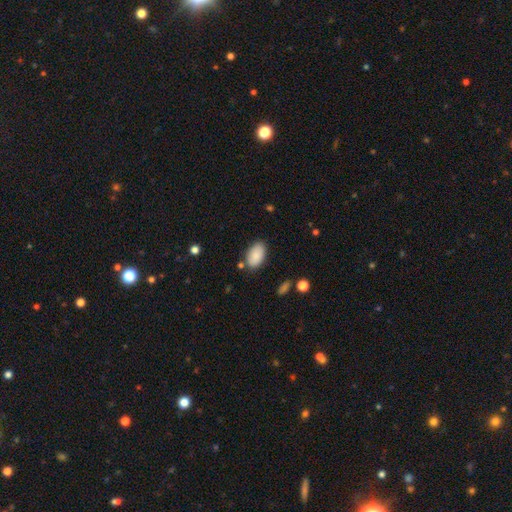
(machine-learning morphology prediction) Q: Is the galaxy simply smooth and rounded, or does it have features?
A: smooth — 88%.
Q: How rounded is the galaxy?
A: in between — 94%.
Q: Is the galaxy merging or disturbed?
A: none — 80%.